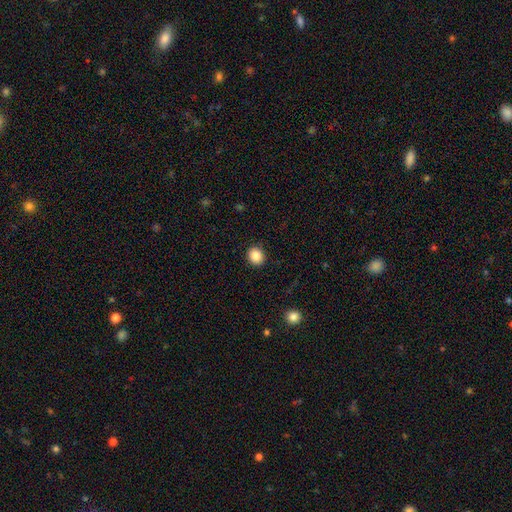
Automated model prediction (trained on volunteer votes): smooth_or_featured: smooth (p=0.87) [alt: star or artifact p=0.09]
how_rounded: round (p=0.77) [alt: in between p=0.22]
merging: none (p=0.90) [alt: minor disturbance p=0.06]